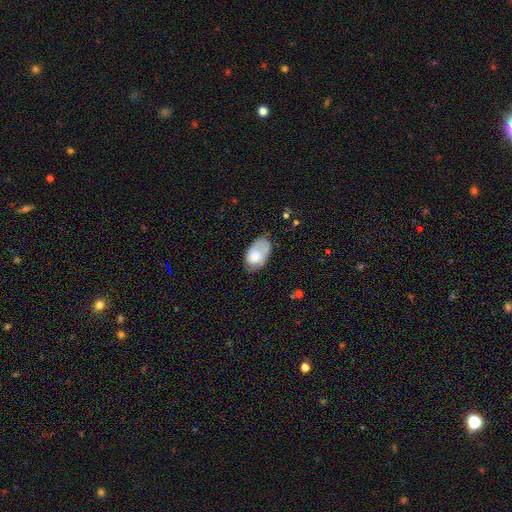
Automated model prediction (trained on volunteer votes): Overall: smooth (67%). How rounded: in between (91%). Merging: none (42%; minor disturbance 34%).